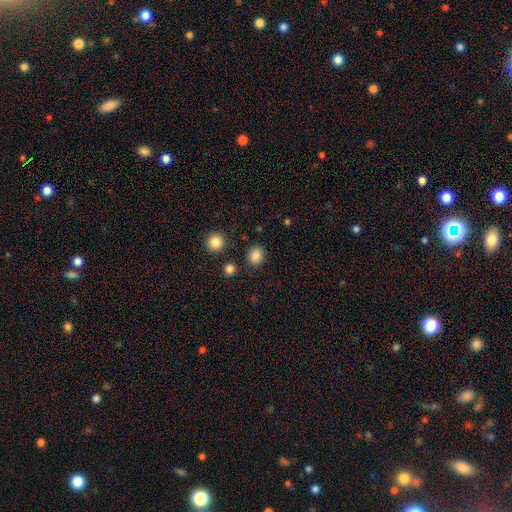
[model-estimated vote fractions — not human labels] Smooth or featured? Predicted: smooth (p=0.85). How rounded? Predicted: round (p=0.81). Merging? Predicted: none (p=0.86).